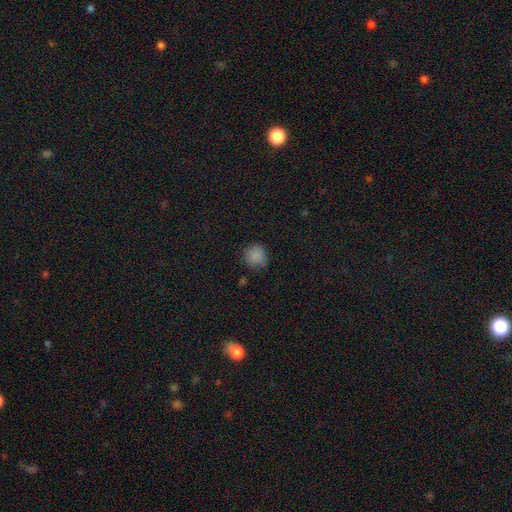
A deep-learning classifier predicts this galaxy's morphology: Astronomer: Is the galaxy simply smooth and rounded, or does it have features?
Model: smooth — 85%.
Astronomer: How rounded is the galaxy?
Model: round — 89%.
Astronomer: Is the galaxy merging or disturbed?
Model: none — 81%.